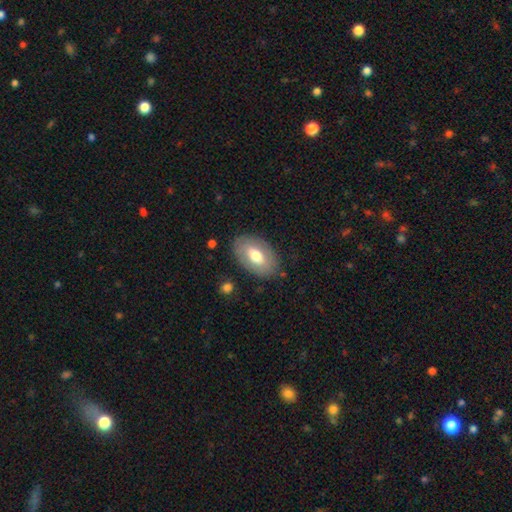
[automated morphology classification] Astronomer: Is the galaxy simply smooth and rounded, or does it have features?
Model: smooth — 58% (runner-up: featured or disk, 36%).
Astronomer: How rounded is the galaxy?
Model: in between — 92%.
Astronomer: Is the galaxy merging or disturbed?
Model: none — 83%.